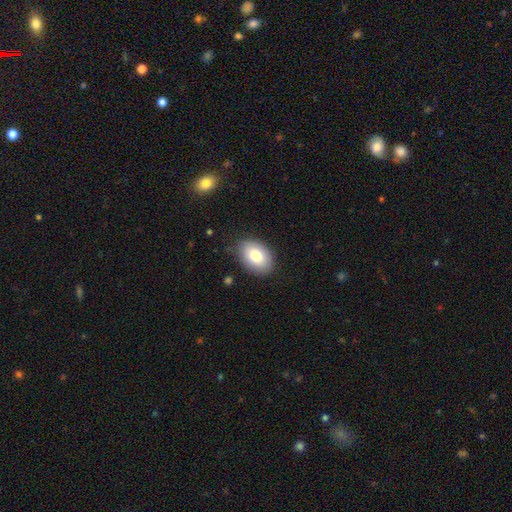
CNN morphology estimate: Smooth or featured? Predicted: smooth (p=0.81). How rounded? Predicted: in between (p=0.85). Merging? Predicted: none (p=0.84).